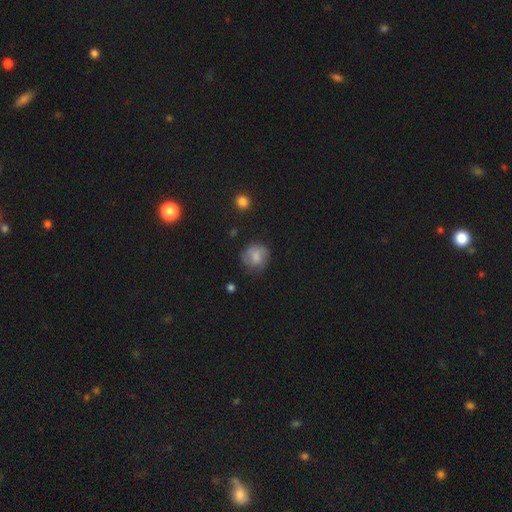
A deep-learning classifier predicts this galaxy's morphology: The model was most divided on "smooth or featured": smooth: 65%, featured or disk: 26%, star or artifact: 9%. More confident: how rounded — round (84%); merging — none (71%).